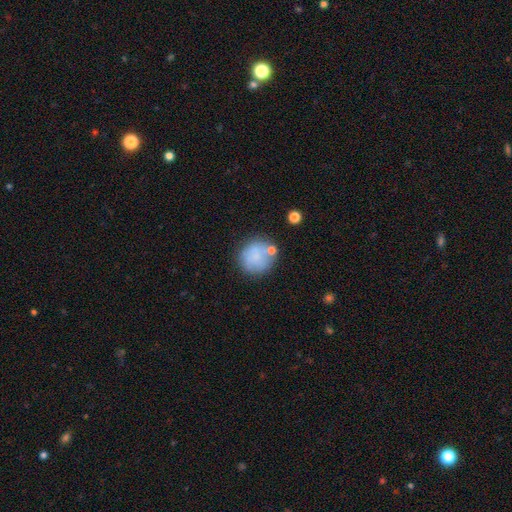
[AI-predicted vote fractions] Overall: smooth (75%). How rounded: round (88%). Merging: none (65%).